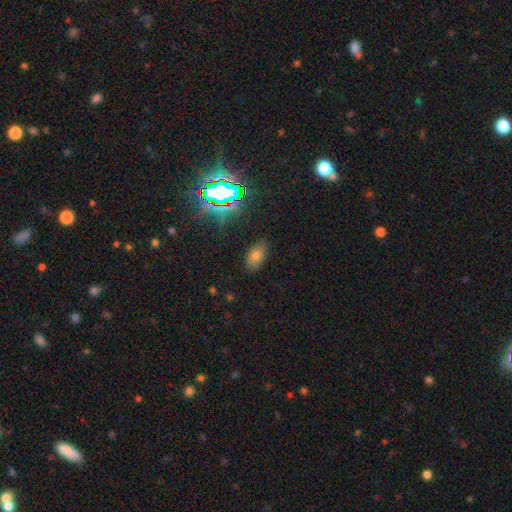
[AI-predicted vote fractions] smooth-or-featured: smooth: 60% | star or artifact: 29% | featured or disk: 11%
  how-rounded: in between: 90% | round: 8% | cigar-shaped: 3%
  merging: none: 84% | minor disturbance: 11% | major disturbance: 3% | merger: 1%